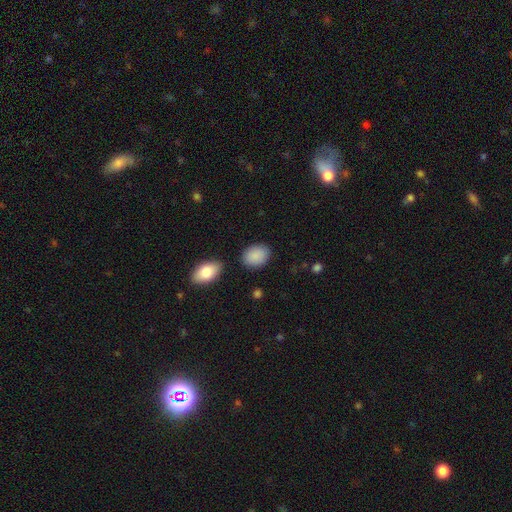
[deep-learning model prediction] A smooth galaxy with no disk features (89%) that is in between round and cigar-shaped (75%). Merging: none (82%).